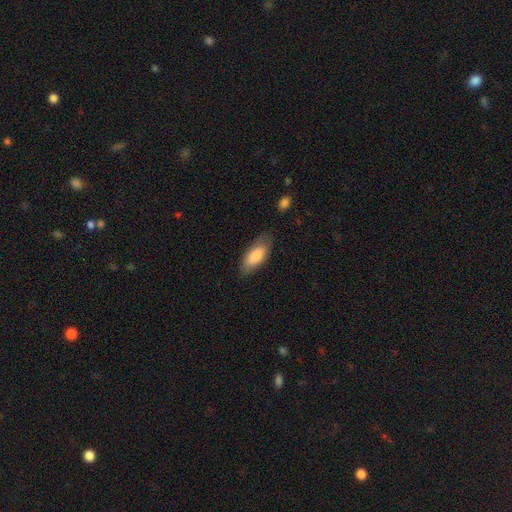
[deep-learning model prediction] Morphology: type=smooth (83%); roundness=in between (81%); merging=none (81%).